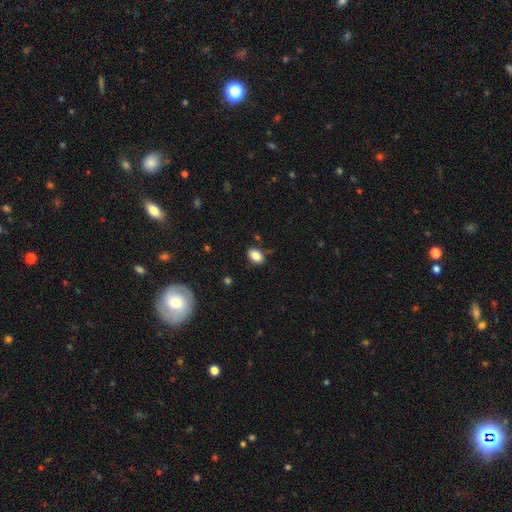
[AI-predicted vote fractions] Q: Smooth or featured?
A: smooth (85%); runner-up: star or artifact (9%)
Q: How rounded?
A: in between (83%); runner-up: round (16%)
Q: Merging?
A: none (82%); runner-up: minor disturbance (13%)